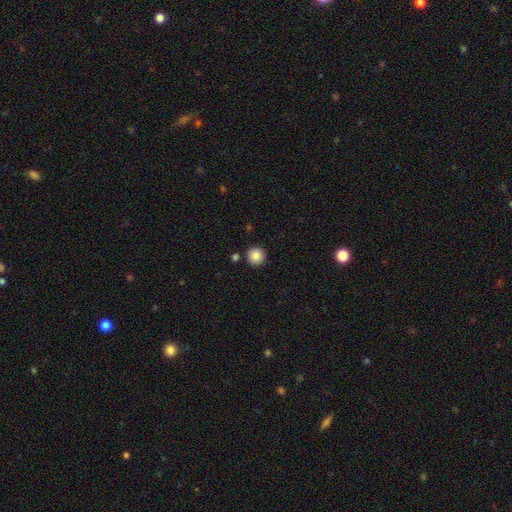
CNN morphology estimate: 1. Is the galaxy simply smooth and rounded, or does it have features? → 86% smooth, 9% star or artifact, 5% featured or disk.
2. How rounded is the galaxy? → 96% round, 3% in between, 1% cigar-shaped.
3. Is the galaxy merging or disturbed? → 90% none, 6% minor disturbance, 3% merger, 2% major disturbance.